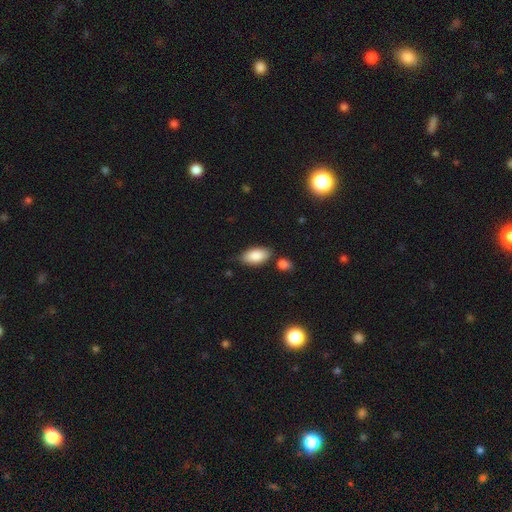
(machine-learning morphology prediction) Smooth or featured?
  - smooth: 86% *
  - featured or disk: 8%
  - star or artifact: 7%
How rounded?
  - in between: 93% *
  - cigar-shaped: 4%
  - round: 3%
Merging?
  - none: 76% *
  - minor disturbance: 15%
  - merger: 7%
  - major disturbance: 3%